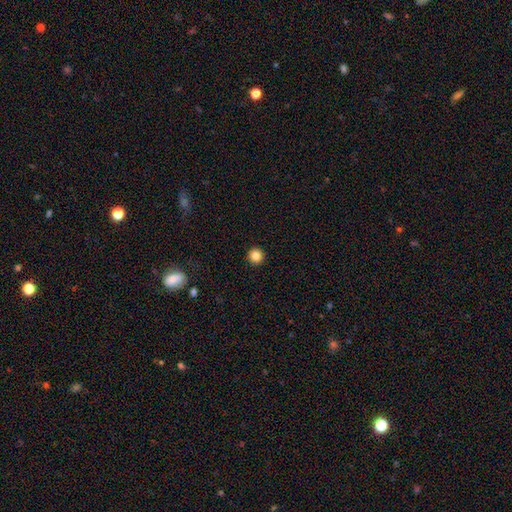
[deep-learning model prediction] Q: Smooth or featured?
A: smooth (84%); runner-up: star or artifact (11%)
Q: How rounded?
A: round (96%); runner-up: in between (3%)
Q: Merging?
A: none (94%); runner-up: minor disturbance (4%)